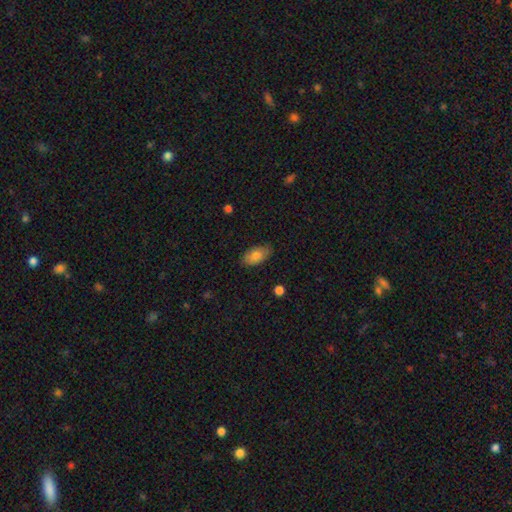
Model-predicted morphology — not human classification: Smooth or featured: smooth — 79% (featured or disk — 15%)
How rounded: in between — 93% (round — 4%)
Merging: none — 80% (minor disturbance — 17%)